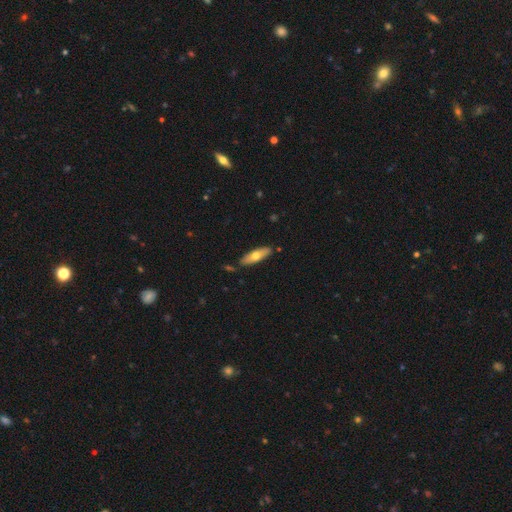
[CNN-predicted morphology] This appears to be a smooth galaxy with no disk features (60%) that is in between round and cigar-shaped (49%, tied with cigar-shaped). Merging: none (85%).